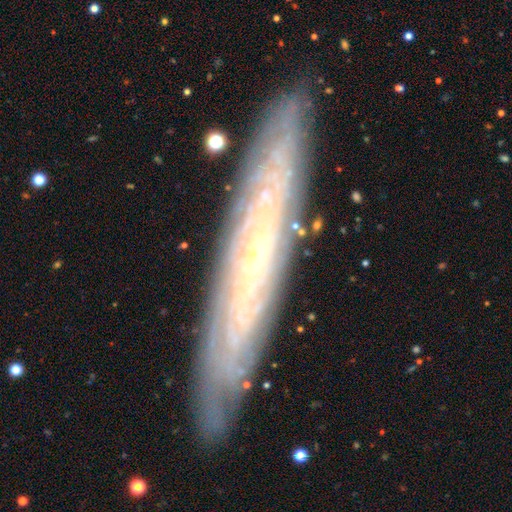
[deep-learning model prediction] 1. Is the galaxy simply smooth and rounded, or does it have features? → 77% featured or disk, 15% smooth, 8% star or artifact.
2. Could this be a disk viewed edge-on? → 55% yes, 45% no.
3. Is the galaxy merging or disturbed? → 86% none, 10% minor disturbance, 2% major disturbance, 1% merger.